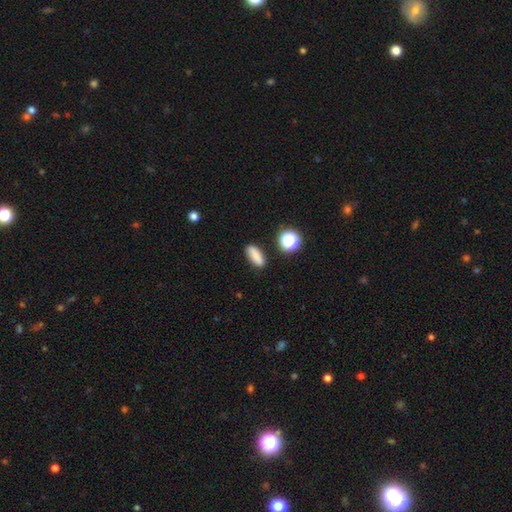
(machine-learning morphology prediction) smooth 80%, star or artifact 11%, featured or disk 9%. Down the decision tree: how rounded — in between (64%); merging — none (84%).